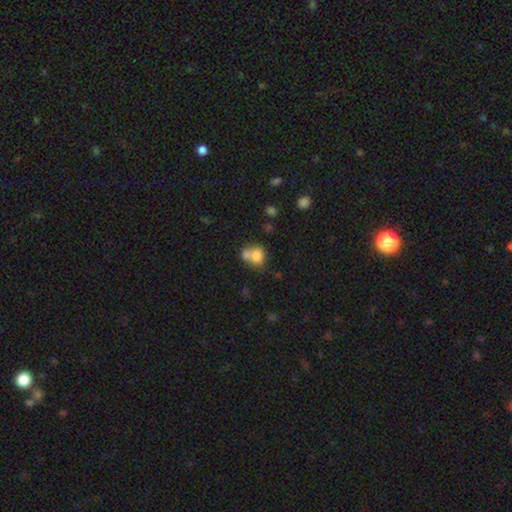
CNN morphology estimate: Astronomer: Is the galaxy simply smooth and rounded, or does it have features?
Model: smooth — 76%.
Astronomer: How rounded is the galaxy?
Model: round — 62%.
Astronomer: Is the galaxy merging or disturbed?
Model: merger — 53% (runner-up: none, 31%).